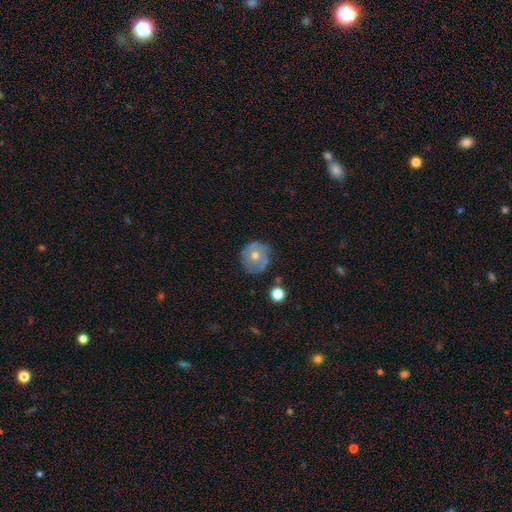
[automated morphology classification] Smooth or featured? Predicted: smooth (p=0.54). How rounded? Predicted: round (p=0.91). Merging? Predicted: none (p=0.71).